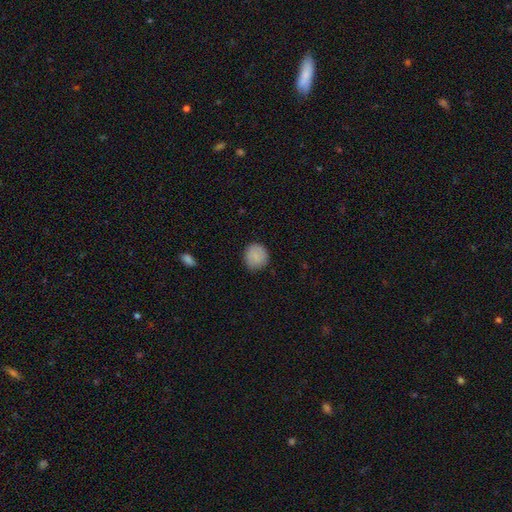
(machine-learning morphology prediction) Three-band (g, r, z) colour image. It shows a smooth galaxy with no disk features (87%) that is round (86%). Merging: none (85%).